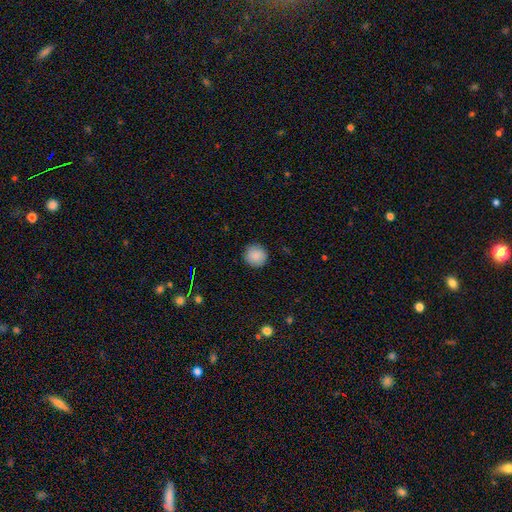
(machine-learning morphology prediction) Smooth or featured?
  - smooth: 87% *
  - star or artifact: 8%
  - featured or disk: 5%
How rounded?
  - round: 95% *
  - in between: 4%
  - cigar-shaped: 1%
Merging?
  - none: 91% *
  - minor disturbance: 6%
  - major disturbance: 2%
  - merger: 1%